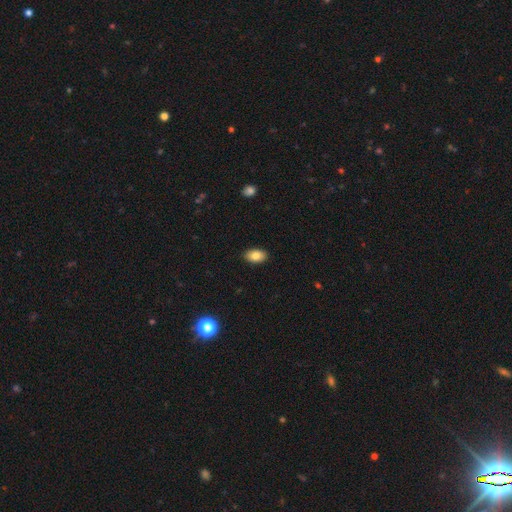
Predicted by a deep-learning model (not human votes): Overall: smooth (83%). How rounded: in between (92%). Merging: none (89%).